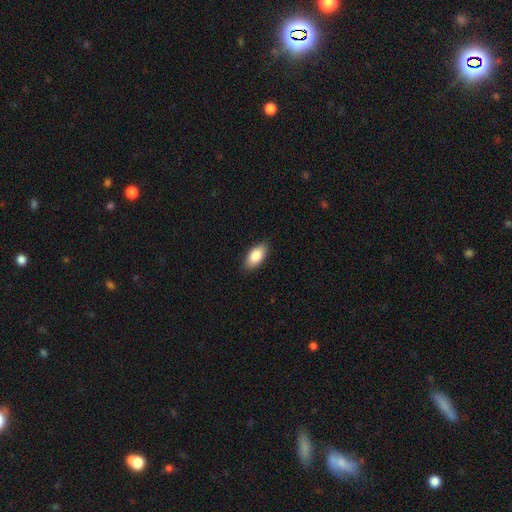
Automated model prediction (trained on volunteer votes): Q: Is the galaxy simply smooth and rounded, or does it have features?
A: smooth — 87%.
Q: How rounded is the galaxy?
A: in between — 93%.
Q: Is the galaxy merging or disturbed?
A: none — 88%.